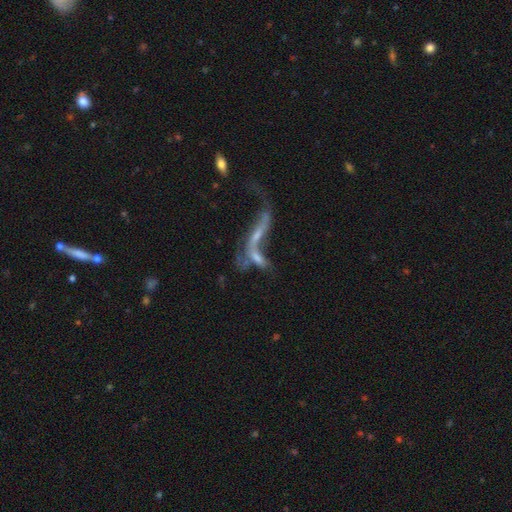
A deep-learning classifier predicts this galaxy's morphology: smooth_or_featured: featured or disk (p=0.64) [alt: smooth p=0.24]
disk_edge_on: no (p=0.81) [alt: yes p=0.19]
bar: no (p=0.54) [alt: weak p=0.26]
has_spiral_arms: yes (p=0.52) [alt: no p=0.48]
bulge_size: none (p=0.39) [alt: small p=0.38]
merging: merger (p=0.56) [alt: major disturbance p=0.19]